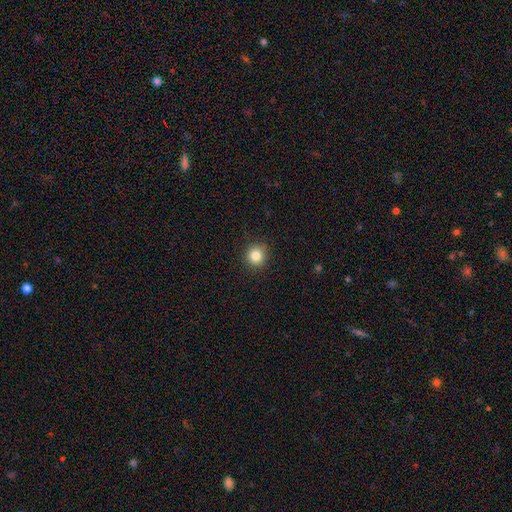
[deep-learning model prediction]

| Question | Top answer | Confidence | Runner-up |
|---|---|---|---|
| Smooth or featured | smooth | 83% | star or artifact (11%) |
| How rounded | round | 93% | in between (7%) |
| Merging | none | 90% | minor disturbance (7%) |